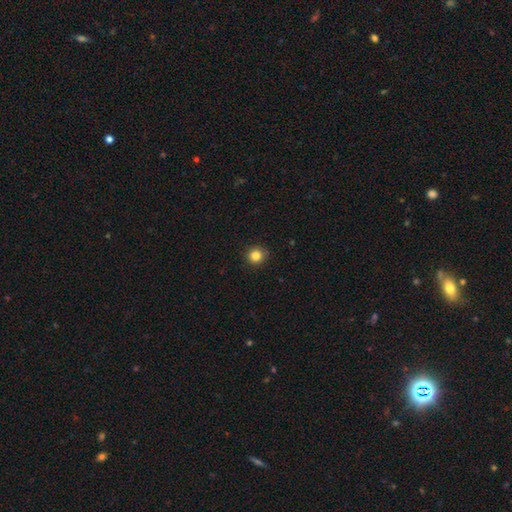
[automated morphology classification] smooth-or-featured: smooth: 84% | star or artifact: 12% | featured or disk: 4%
  how-rounded: round: 93% | in between: 6% | cigar-shaped: 1%
  merging: none: 90% | minor disturbance: 7% | major disturbance: 2% | merger: 1%